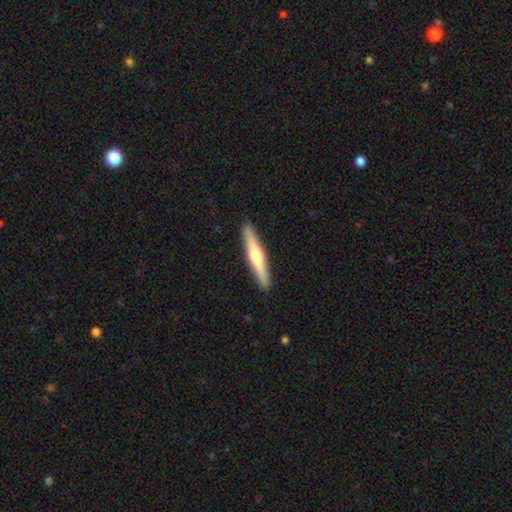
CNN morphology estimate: Q: Smooth or featured?
A: featured or disk (55%); runner-up: smooth (40%)
Q: Edge-on disk?
A: yes (97%); runner-up: no (3%)
Q: Edge-on bulge?
A: rounded (81%); runner-up: none (10%)
Q: Merging?
A: none (92%); runner-up: minor disturbance (6%)